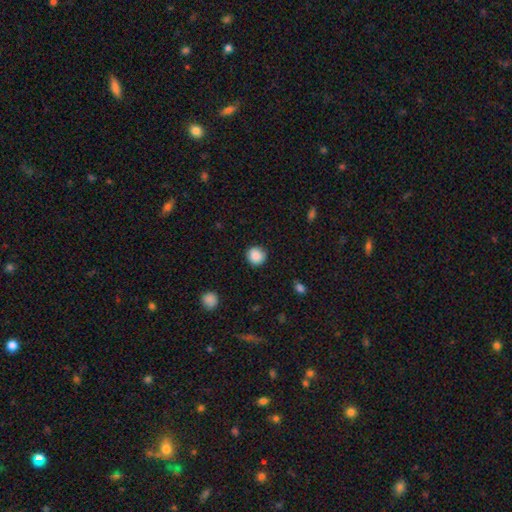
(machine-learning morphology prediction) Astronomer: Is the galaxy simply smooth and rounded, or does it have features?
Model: smooth — 88%.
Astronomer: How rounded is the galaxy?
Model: round — 93%.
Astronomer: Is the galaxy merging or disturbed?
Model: none — 90%.